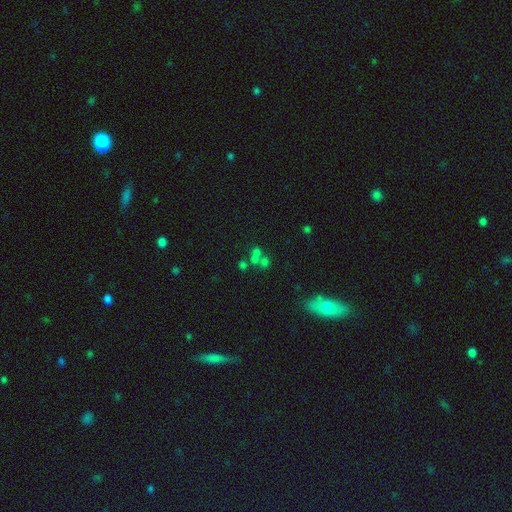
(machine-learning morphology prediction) This is possibly a smooth galaxy (48%). Merging: possibly merger (50%).